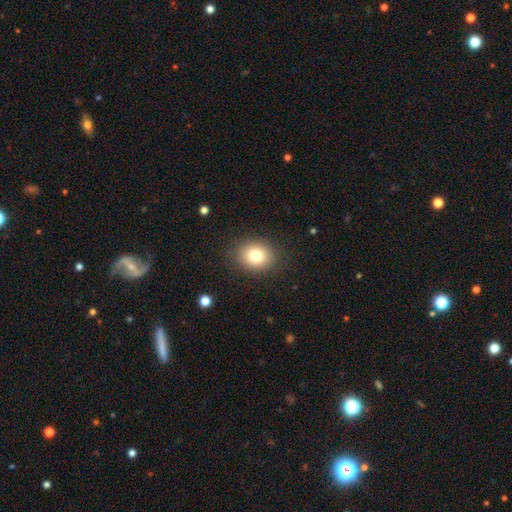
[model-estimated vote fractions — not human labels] A smooth galaxy with no disk features (79%) that is round (61%). Merging: none (87%).